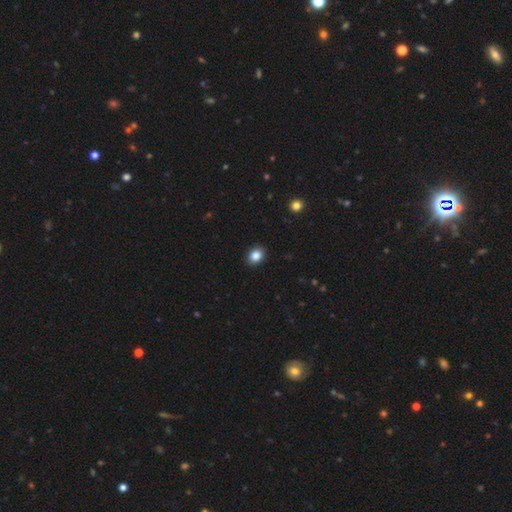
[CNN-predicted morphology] smooth_or_featured: smooth (p=0.86) [alt: star or artifact p=0.10]
how_rounded: in between (p=0.52) [alt: round p=0.47]
merging: none (p=0.90) [alt: minor disturbance p=0.07]